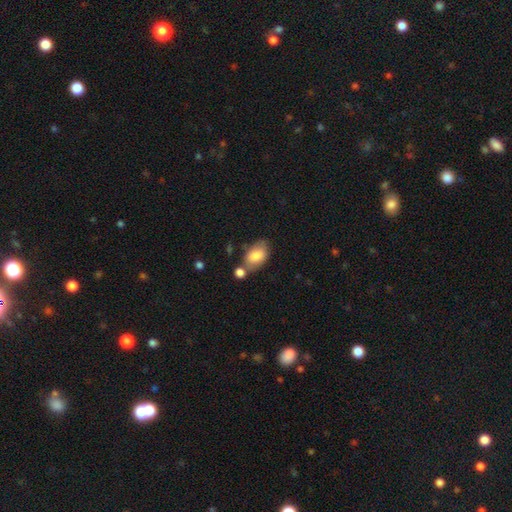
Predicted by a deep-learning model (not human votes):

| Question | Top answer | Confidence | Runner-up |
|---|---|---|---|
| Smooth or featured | smooth | 80% | featured or disk (13%) |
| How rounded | in between | 90% | round (8%) |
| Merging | none | 54% | merger (21%) |